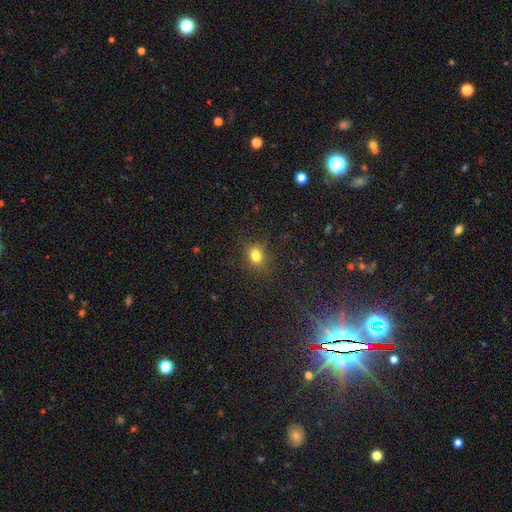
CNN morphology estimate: Smooth or featured: smooth — 76% (star or artifact — 17%)
How rounded: in between — 59% (round — 39%)
Merging: none — 77% (minor disturbance — 15%)